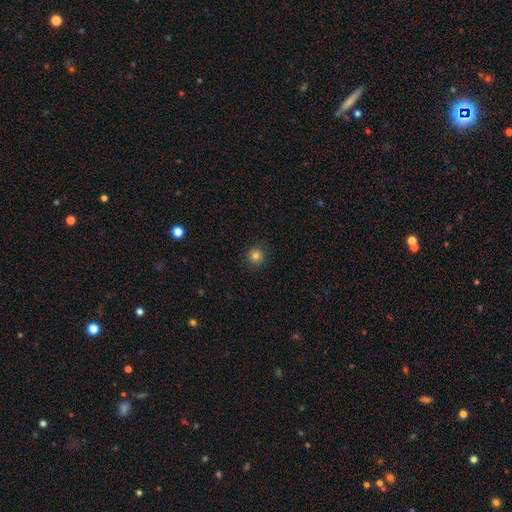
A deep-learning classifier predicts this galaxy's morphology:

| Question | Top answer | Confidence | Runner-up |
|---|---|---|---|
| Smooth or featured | smooth | 81% | star or artifact (13%) |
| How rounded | round | 94% | in between (5%) |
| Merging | none | 90% | minor disturbance (7%) |